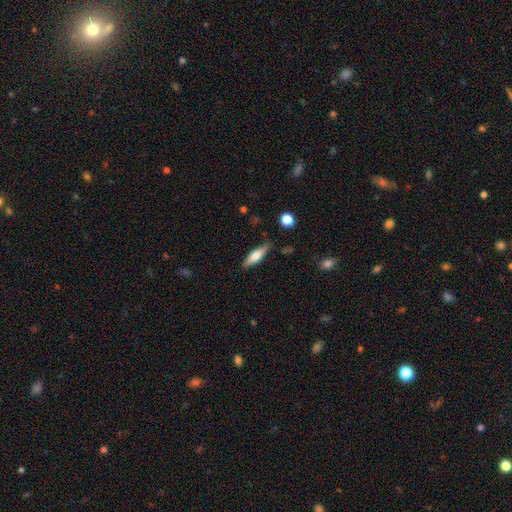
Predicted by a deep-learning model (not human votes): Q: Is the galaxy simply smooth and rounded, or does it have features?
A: smooth — 57%.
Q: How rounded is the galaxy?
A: cigar-shaped — 60%.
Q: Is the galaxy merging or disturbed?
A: none — 83%.